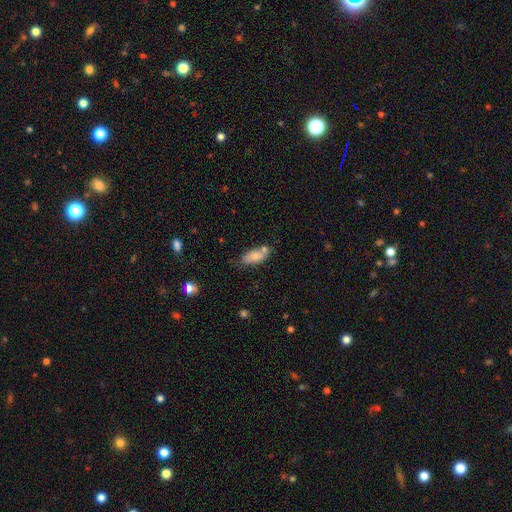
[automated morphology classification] This is likely a smooth galaxy (74%). How rounded: clearly in between (83%). Merging: likely none (61%).